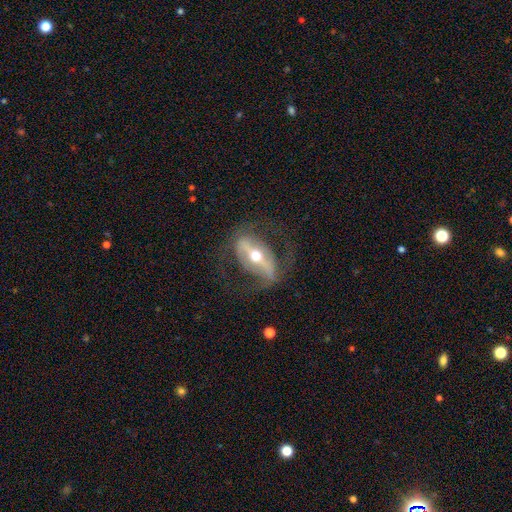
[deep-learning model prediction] Morphology: type=featured or disk (79%); edge-on=no (80%); bar=strong (72%); spiral arms=yes (60%); bulge=moderate (72%); merging=none (66%).